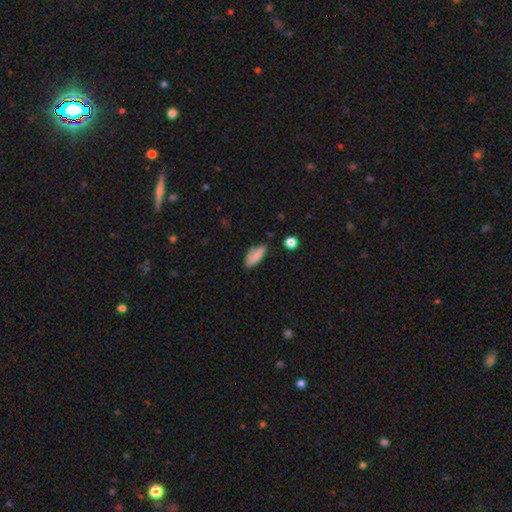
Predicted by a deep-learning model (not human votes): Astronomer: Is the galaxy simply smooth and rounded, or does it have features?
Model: smooth — 77%.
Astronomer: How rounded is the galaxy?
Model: in between — 77%.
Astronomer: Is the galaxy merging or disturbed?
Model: none — 54% (runner-up: minor disturbance, 31%).